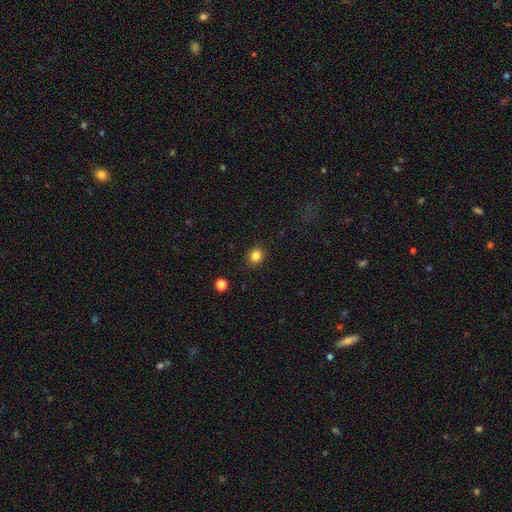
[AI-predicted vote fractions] This is clearly a smooth galaxy (84%). How rounded: likely round (72%). Merging: clearly none (89%).